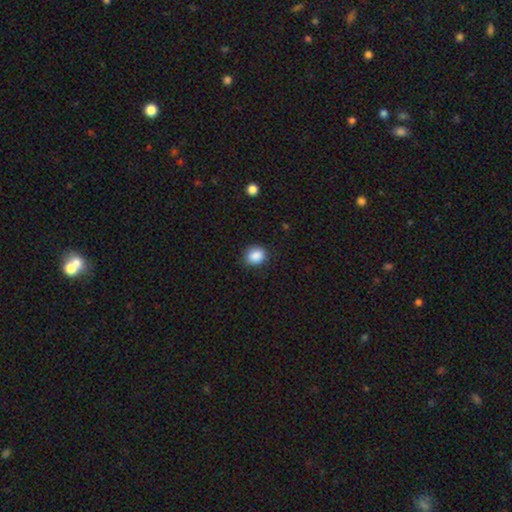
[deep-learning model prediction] Smooth or featured?
  - smooth: 88% *
  - star or artifact: 9%
  - featured or disk: 3%
How rounded?
  - round: 68% *
  - in between: 32%
  - cigar-shaped: 1%
Merging?
  - none: 83% *
  - minor disturbance: 13%
  - major disturbance: 3%
  - merger: 1%